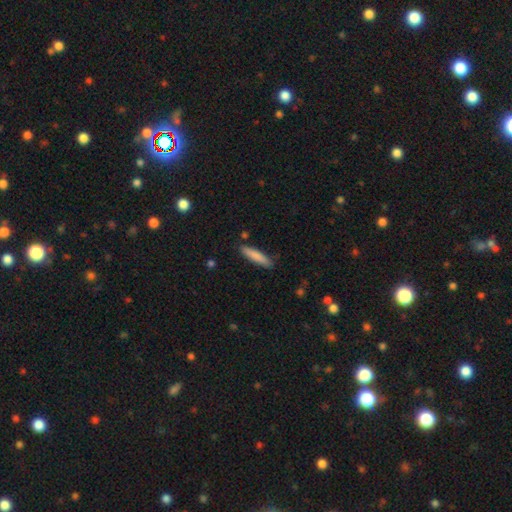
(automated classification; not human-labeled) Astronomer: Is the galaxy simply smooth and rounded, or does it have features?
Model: smooth — 82%.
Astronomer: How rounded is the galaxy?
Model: cigar-shaped — 84%.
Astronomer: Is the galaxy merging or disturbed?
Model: none — 85%.